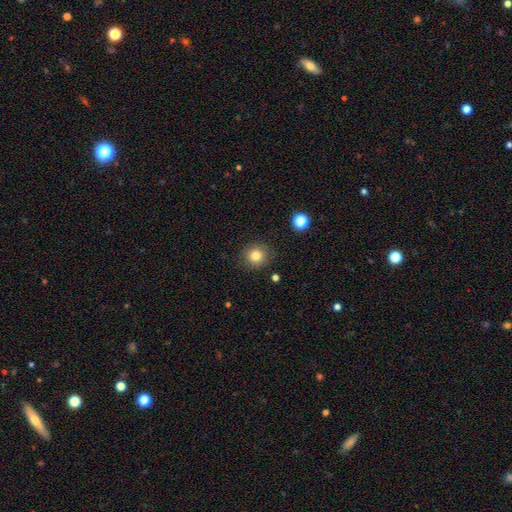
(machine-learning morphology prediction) Q: Smooth or featured?
A: smooth (81%); runner-up: star or artifact (12%)
Q: How rounded?
A: round (90%); runner-up: in between (9%)
Q: Merging?
A: none (87%); runner-up: minor disturbance (8%)